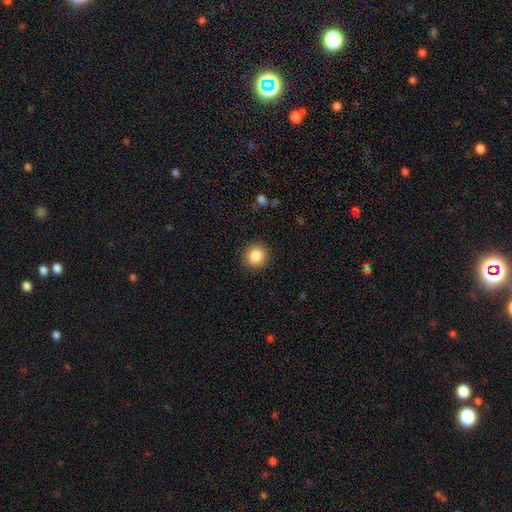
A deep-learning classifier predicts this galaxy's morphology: smooth_or_featured: smooth (p=0.86) [alt: star or artifact p=0.09]
how_rounded: round (p=0.88) [alt: in between p=0.11]
merging: none (p=0.91) [alt: minor disturbance p=0.06]